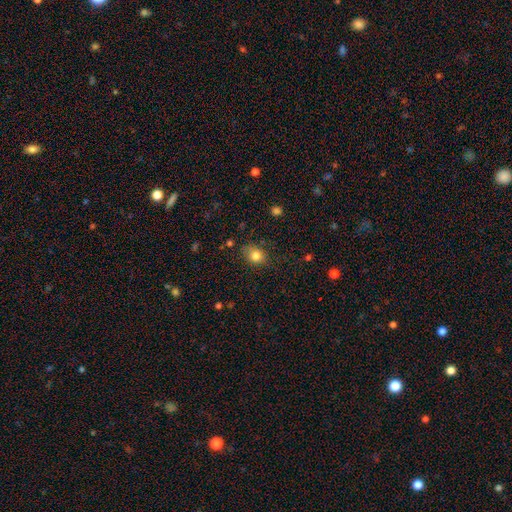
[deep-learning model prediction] smooth 82%, star or artifact 10%, featured or disk 8%. Down the decision tree: how rounded — in between (58%); merging — none (73%).